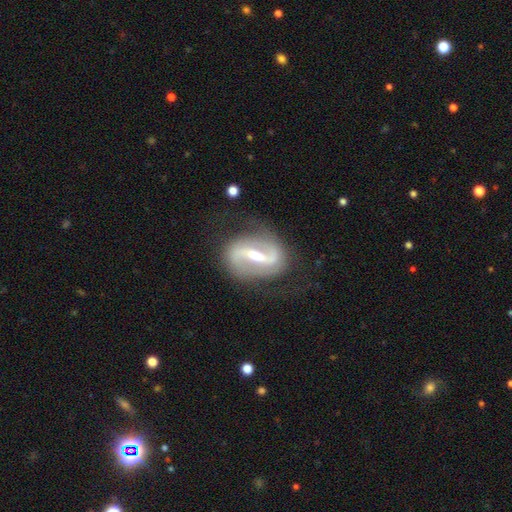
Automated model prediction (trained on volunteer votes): smooth-or-featured: featured or disk: 87% | smooth: 8% | star or artifact: 6%
  disk-edge-on: no: 95% | yes: 5%
    bar: strong: 65% | weak: 27% | no: 8%
    has-spiral-arms: yes: 92% | no: 8%
      spiral-winding: loose: 42% (tied) | medium: 42% (tied) | tight: 17%
      spiral-arm-count: 2: 90% | can't tell: 4% | 1: 3% | 3: 1% | 4: 1% | more than 4: 1%
    bulge-size: moderate: 55% | small: 37% | large: 5% | none: 2% | dominant: 1%
  merging: none: 75% | minor disturbance: 15% | major disturbance: 8% | merger: 2%